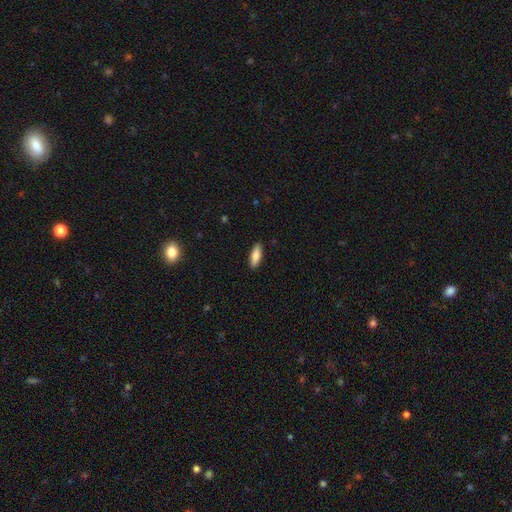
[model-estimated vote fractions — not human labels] Q: Smooth or featured?
A: smooth (83%); runner-up: featured or disk (11%)
Q: How rounded?
A: in between (59%); runner-up: cigar-shaped (39%)
Q: Merging?
A: none (89%); runner-up: minor disturbance (8%)